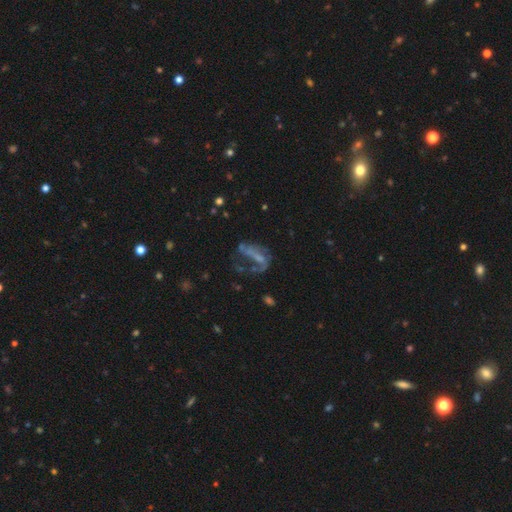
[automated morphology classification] featured or disk 61%, smooth 21%, star or artifact 18%. Down the decision tree: edge-on disk — no (94%); bar — no (50%); spiral arms — yes (56%); bulge size — none (48%); merging — major disturbance (45%).